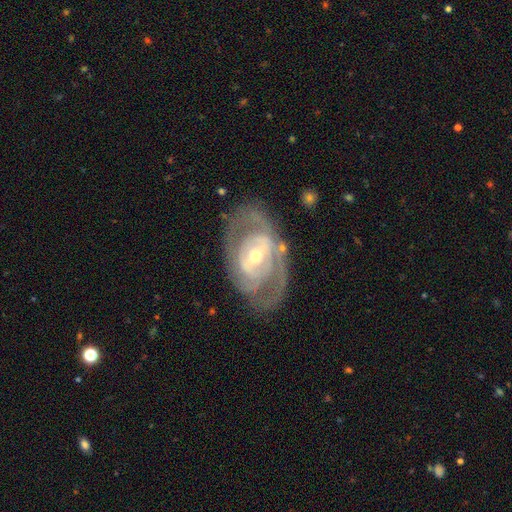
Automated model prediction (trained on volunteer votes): smooth_or_featured: featured or disk (p=0.85) [alt: smooth p=0.10]
disk_edge_on: no (p=0.95) [alt: yes p=0.05]
bar: weak (p=0.40) [alt: no p=0.30]
has_spiral_arms: yes (p=0.82) [alt: no p=0.18]
spiral_winding: tight (p=0.54) [alt: medium p=0.35]
spiral_arm_count: 2 (p=0.53) [alt: can't tell p=0.27]
bulge_size: moderate (p=0.48) [alt: small p=0.47]
merging: none (p=0.69) [alt: minor disturbance p=0.17]